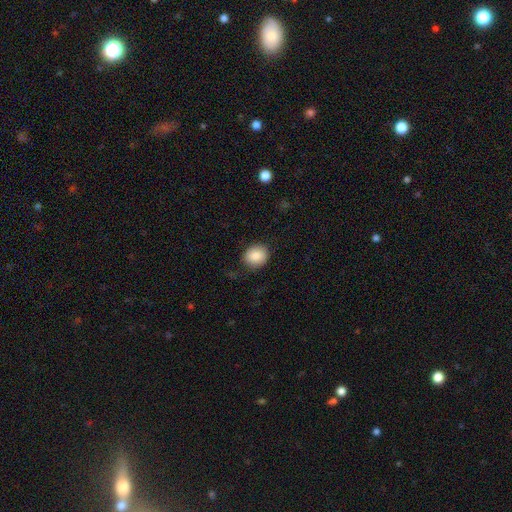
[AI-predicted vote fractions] Q: Smooth or featured?
A: smooth (87%); runner-up: star or artifact (8%)
Q: How rounded?
A: round (68%); runner-up: in between (31%)
Q: Merging?
A: none (83%); runner-up: minor disturbance (13%)